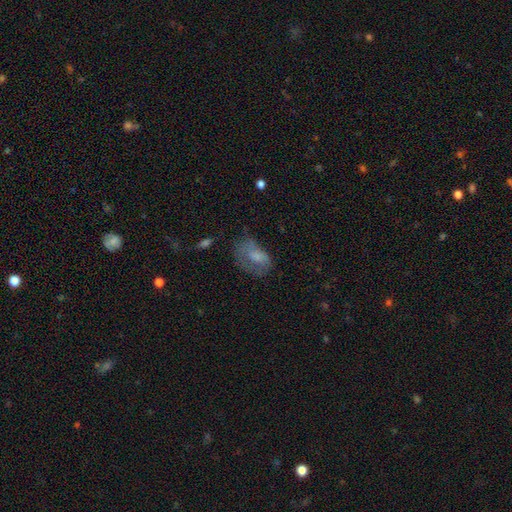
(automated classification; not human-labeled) A smooth galaxy with no disk features (57%) that is in between round and cigar-shaped (83%).

Vote fractions:
- Smooth or featured? smooth: 57% / featured or disk: 32% / star or artifact: 11%
- How rounded? in between: 83% / round: 15% / cigar-shaped: 2%
- Merging? none: 39% / major disturbance: 30% / minor disturbance: 28% / merger: 3%